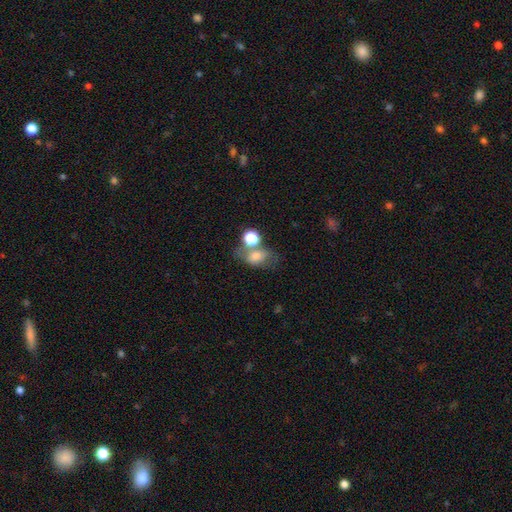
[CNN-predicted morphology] Smooth or featured? smooth (64%)
How rounded? in between (73%)
Merging? none (39%)